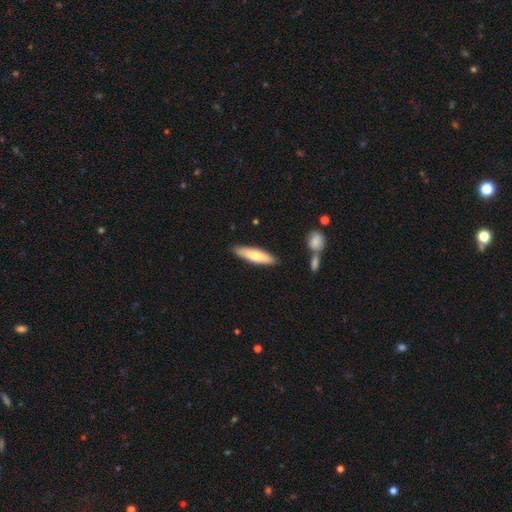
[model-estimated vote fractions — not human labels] A smooth galaxy with no disk features (68%) that is cigar-shaped (70%). Merging: none (86%).